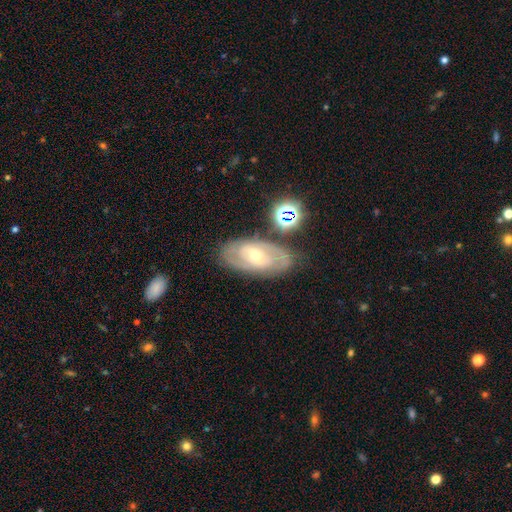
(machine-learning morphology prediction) Smooth or featured: featured or disk — 77% (smooth — 16%)
Edge-on disk: no — 93% (yes — 7%)
Bar: weak — 44% (no — 34%)
Spiral arms: yes — 85% (no — 15%)
Spiral winding: tight — 57% (medium — 34%)
Spiral arm count: 2 — 59% (can't tell — 27%)
Bulge size: small — 51% (moderate — 45%)
Merging: none — 77% (minor disturbance — 14%)